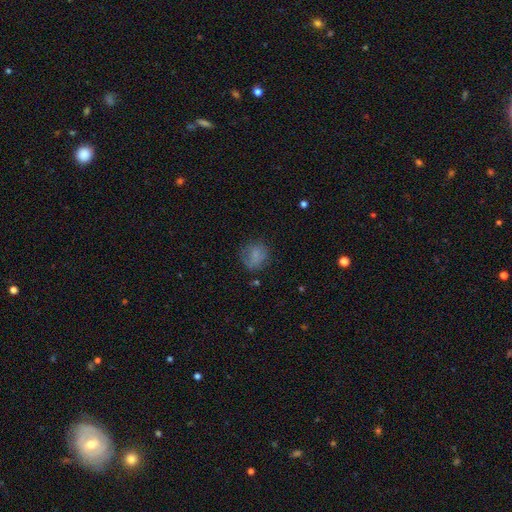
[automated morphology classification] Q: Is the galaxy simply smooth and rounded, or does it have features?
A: smooth — 71%.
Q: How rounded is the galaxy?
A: round — 75%.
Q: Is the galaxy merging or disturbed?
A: none — 61%.